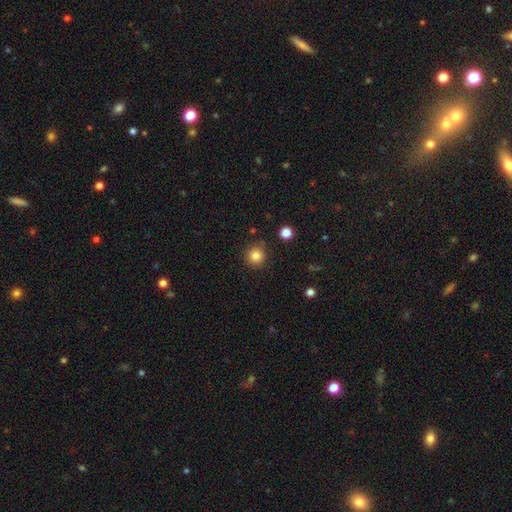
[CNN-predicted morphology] Q: Smooth or featured?
A: smooth (84%); runner-up: star or artifact (12%)
Q: How rounded?
A: round (95%); runner-up: in between (4%)
Q: Merging?
A: none (87%); runner-up: minor disturbance (8%)